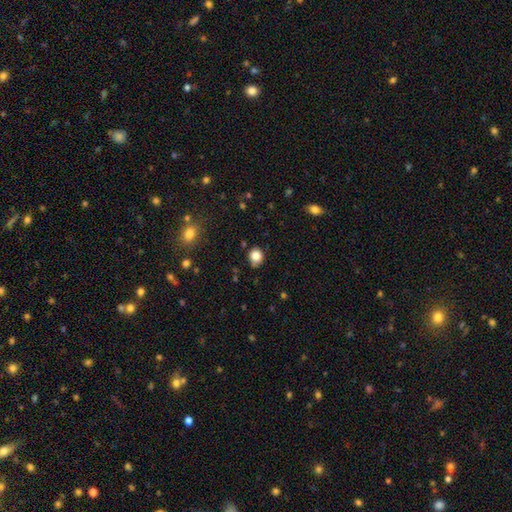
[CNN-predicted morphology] The model was most divided on "how rounded": round: 70%, in between: 29%, cigar-shaped: 1%. More confident: smooth or featured — smooth (83%); merging — none (76%).